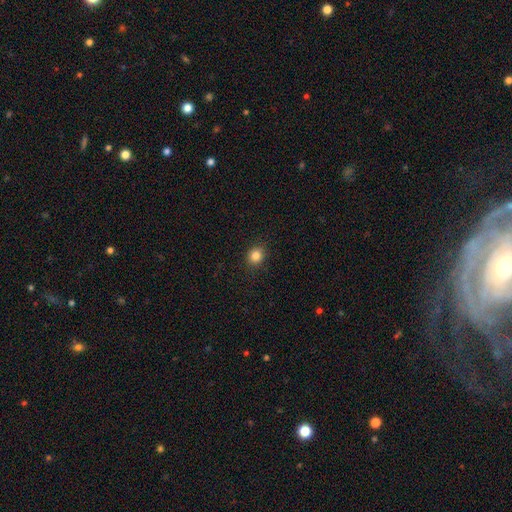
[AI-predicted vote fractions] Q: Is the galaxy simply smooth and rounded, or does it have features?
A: smooth — 84%.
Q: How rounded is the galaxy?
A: round — 72%.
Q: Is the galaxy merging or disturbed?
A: none — 89%.